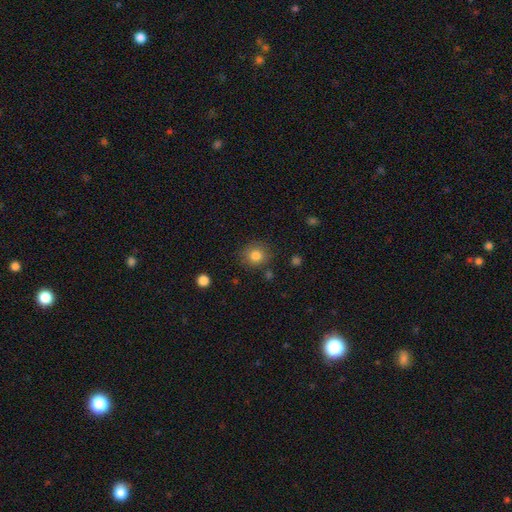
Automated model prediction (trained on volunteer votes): smooth-or-featured: smooth: 83% | star or artifact: 11% | featured or disk: 6%
  how-rounded: round: 81% | in between: 18% | cigar-shaped: 1%
  merging: none: 82% | minor disturbance: 12% | major disturbance: 4% | merger: 3%